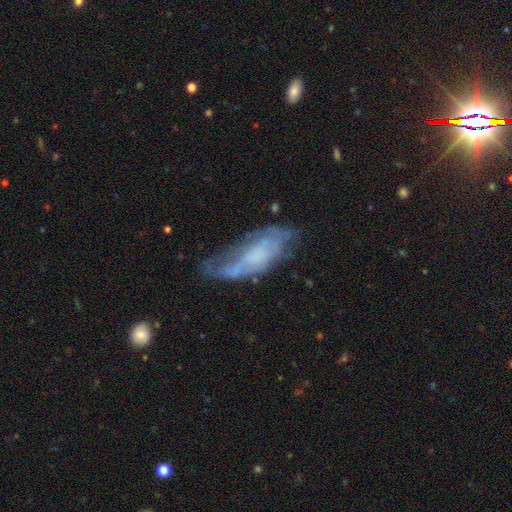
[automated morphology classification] smooth_or_featured: featured or disk (p=0.59) [alt: smooth p=0.32]
disk_edge_on: no (p=0.84) [alt: yes p=0.16]
merging: none (p=0.40) [alt: minor disturbance p=0.28]